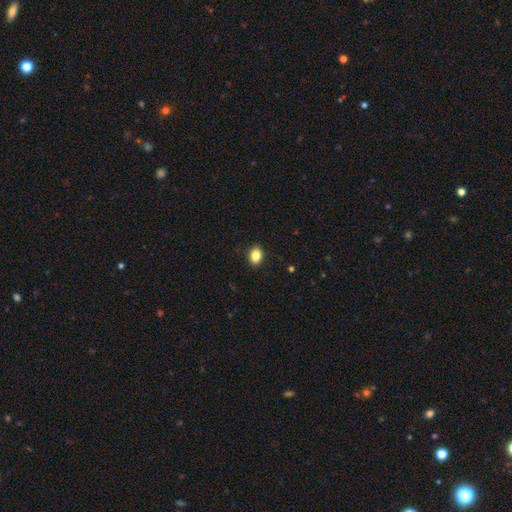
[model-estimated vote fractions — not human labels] A smooth galaxy with no disk features (86%) that is in between round and cigar-shaped (68%).

Vote fractions:
- Smooth or featured? smooth: 86% / star or artifact: 9% / featured or disk: 5%
- How rounded? in between: 68% / round: 31% / cigar-shaped: 1%
- Merging? none: 90% / minor disturbance: 7% / major disturbance: 2% / merger: 1%